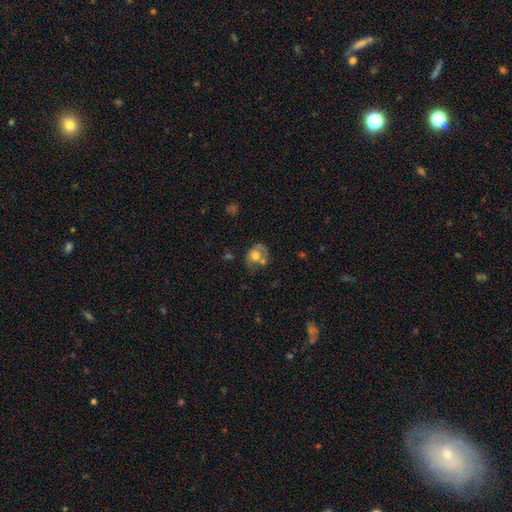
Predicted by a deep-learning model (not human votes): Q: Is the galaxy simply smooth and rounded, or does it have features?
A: smooth — 59%.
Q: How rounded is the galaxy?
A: round — 54%.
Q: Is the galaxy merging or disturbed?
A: none — 32%.